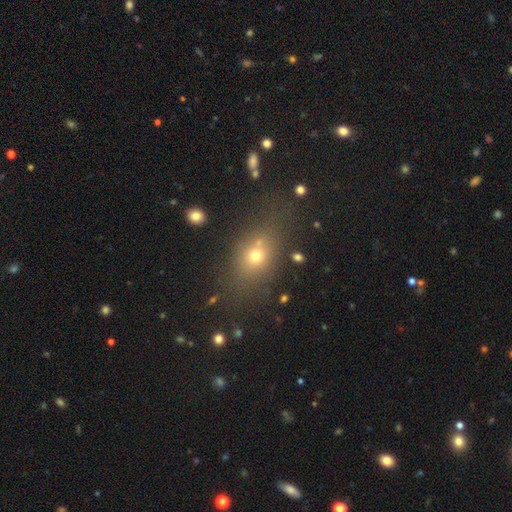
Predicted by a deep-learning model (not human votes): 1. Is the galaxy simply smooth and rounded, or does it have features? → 64% smooth, 19% star or artifact, 16% featured or disk.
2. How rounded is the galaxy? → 62% in between, 34% round, 5% cigar-shaped.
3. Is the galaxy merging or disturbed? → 69% none, 15% minor disturbance, 8% major disturbance, 8% merger.